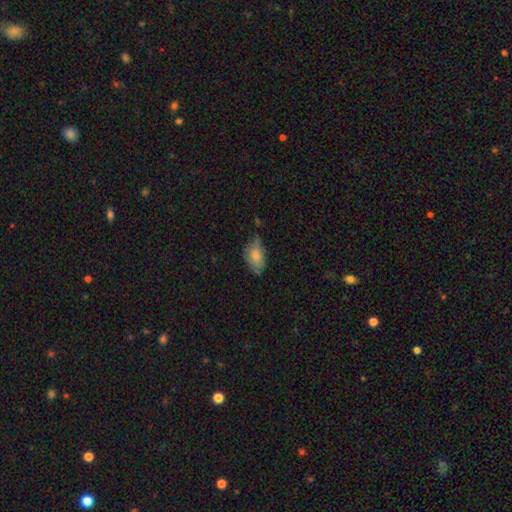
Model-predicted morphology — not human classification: smooth 72%, featured or disk 20%, star or artifact 8%. Down the decision tree: how rounded — in between (91%); merging — none (49%).